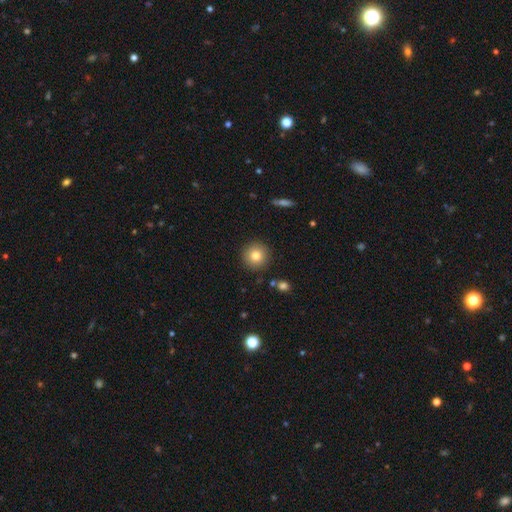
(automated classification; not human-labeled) The model was most divided on "smooth or featured": smooth: 80%, star or artifact: 10%, featured or disk: 10%. More confident: how rounded — round (95%); merging — none (90%).